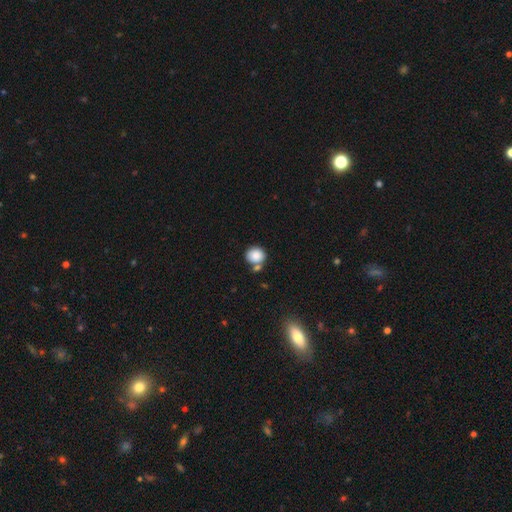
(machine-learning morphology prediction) Q: Smooth or featured?
A: smooth (84%); runner-up: star or artifact (9%)
Q: How rounded?
A: round (85%); runner-up: in between (14%)
Q: Merging?
A: none (65%); runner-up: merger (20%)